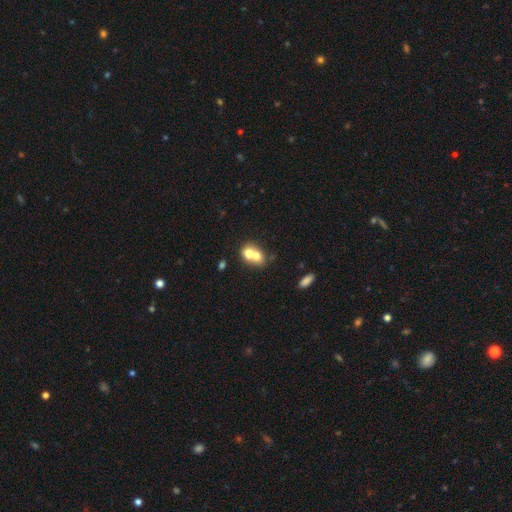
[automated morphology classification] A smooth galaxy with no disk features (67%) that is round (53%).

Vote fractions:
- Smooth or featured? smooth: 67% / featured or disk: 24% / star or artifact: 9%
- How rounded? round: 53% / in between: 46% / cigar-shaped: 1%
- Merging? merger: 71% / none: 20% / minor disturbance: 6% / major disturbance: 3%